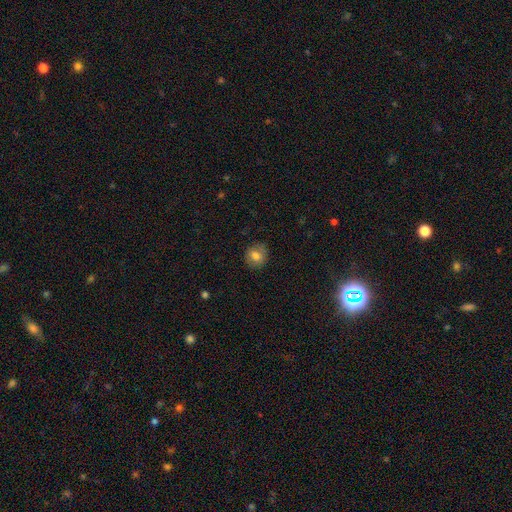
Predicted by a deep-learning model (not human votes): A smooth galaxy with no disk features (76%) that is round (77%). Merging: none (83%).